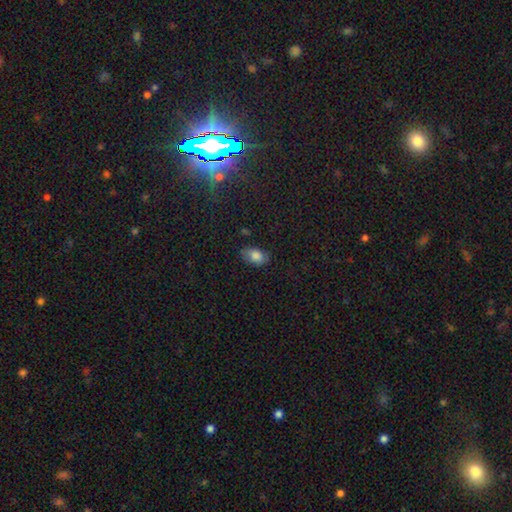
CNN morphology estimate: A smooth galaxy with no disk features (81%) that is in between round and cigar-shaped (89%).

Vote fractions:
- Smooth or featured? smooth: 81% / featured or disk: 10% / star or artifact: 9%
- How rounded? in between: 89% / round: 9% / cigar-shaped: 2%
- Merging? none: 75% / minor disturbance: 20% / major disturbance: 4% / merger: 1%